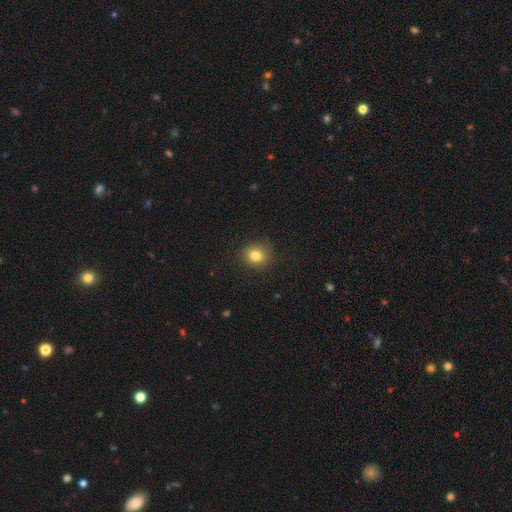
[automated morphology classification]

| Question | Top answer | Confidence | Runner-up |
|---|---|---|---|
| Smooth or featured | smooth | 81% | star or artifact (12%) |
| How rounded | round | 81% | in between (18%) |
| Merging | none | 87% | minor disturbance (9%) |